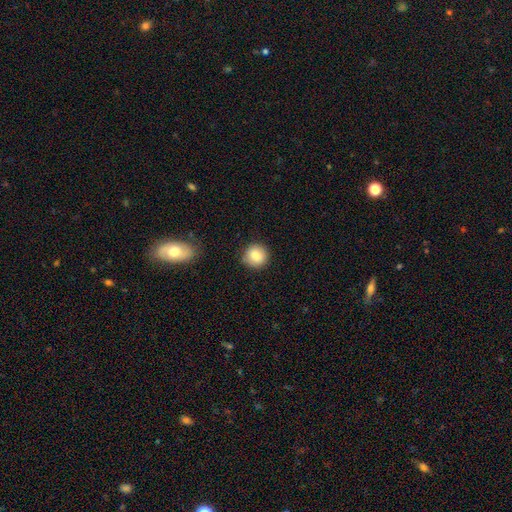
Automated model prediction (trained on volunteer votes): A smooth galaxy with no disk features (85%) that is round (91%). Merging: none (86%).